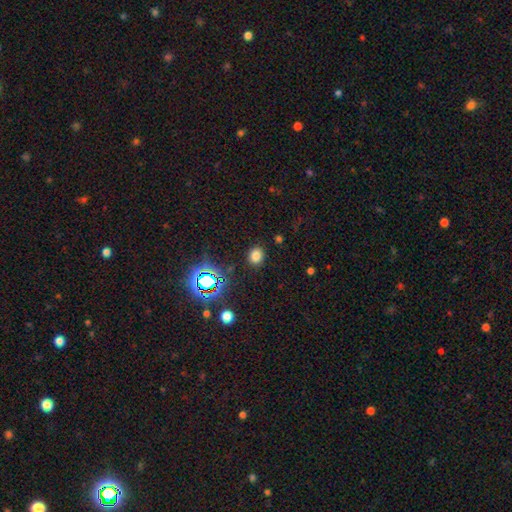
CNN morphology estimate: This is likely a smooth galaxy (74%). How rounded: likely round (61%). Merging: clearly none (87%).